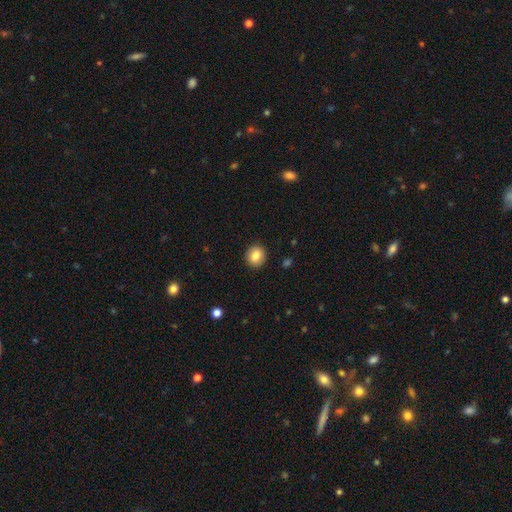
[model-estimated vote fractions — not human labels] smooth_or_featured: smooth (p=0.84) [alt: star or artifact p=0.09]
how_rounded: round (p=0.83) [alt: in between p=0.16]
merging: none (p=0.91) [alt: minor disturbance p=0.06]